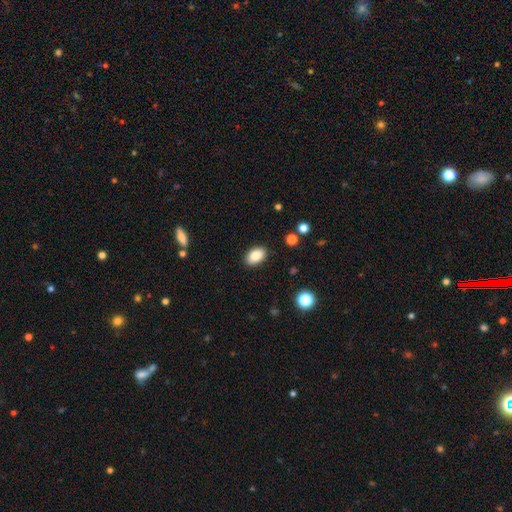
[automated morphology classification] smooth 87%, star or artifact 8%, featured or disk 5%. Down the decision tree: how rounded — in between (90%); merging — none (88%).